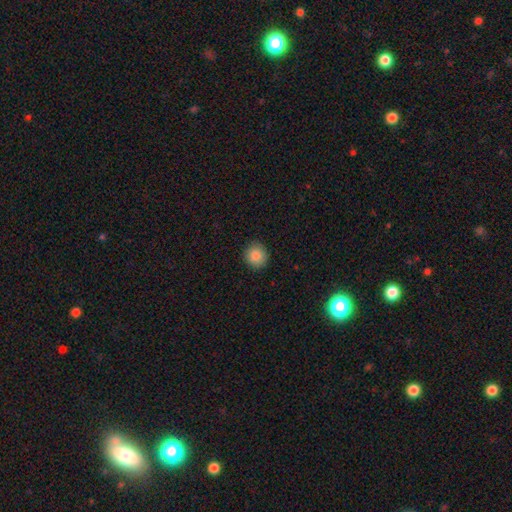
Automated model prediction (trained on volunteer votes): The model was most divided on "smooth or featured": smooth: 86%, star or artifact: 9%, featured or disk: 5%. More confident: merging — none (91%); how rounded — round (90%).